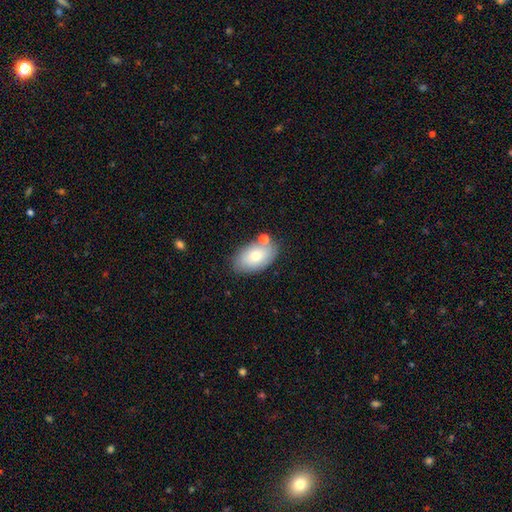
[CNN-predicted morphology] This appears to be a smooth galaxy with no disk features (72%) that is in between round and cigar-shaped (92%). Merging: none (72%).